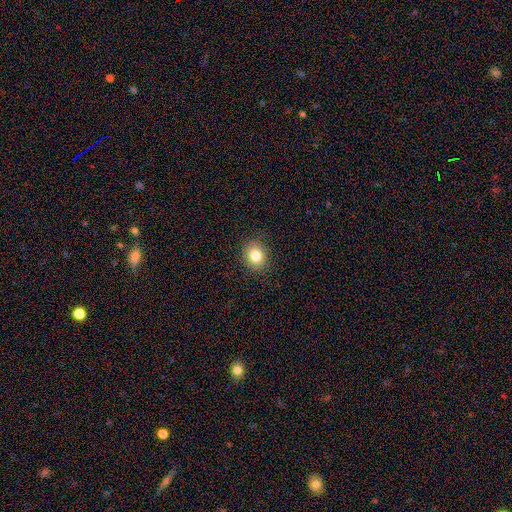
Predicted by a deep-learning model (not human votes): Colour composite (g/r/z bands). It shows a smooth galaxy with no disk features (81%) that is round (65%). Merging: none (88%).